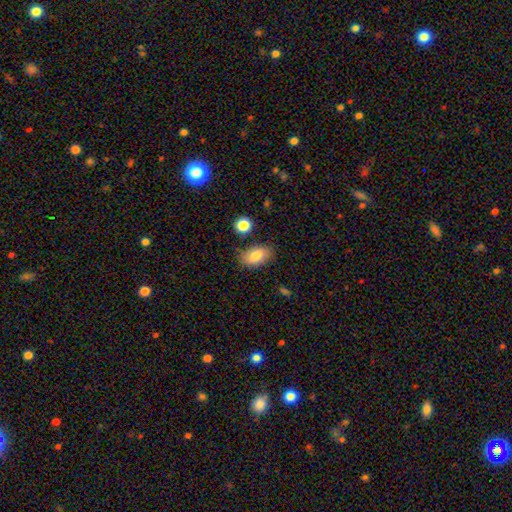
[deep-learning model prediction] This appears to be a smooth galaxy with no disk features (80%) that is in between round and cigar-shaped (91%). Merging: none (79%).